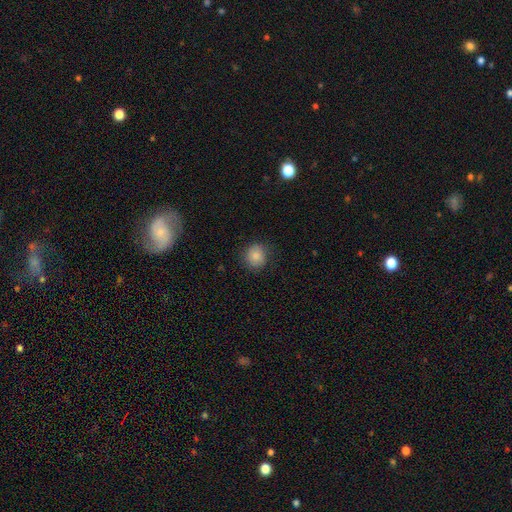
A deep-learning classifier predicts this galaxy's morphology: This is clearly a smooth galaxy (85%). How rounded: clearly round (86%). Merging: clearly none (82%).